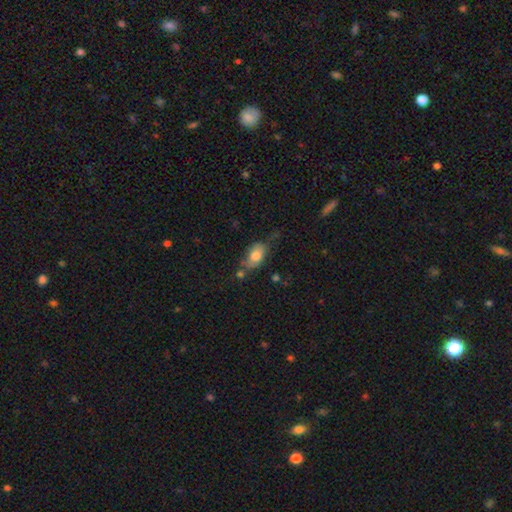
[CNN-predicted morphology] Smooth or featured? Predicted: smooth (p=0.76). How rounded? Predicted: in between (p=0.84). Merging? Predicted: none (p=0.52).